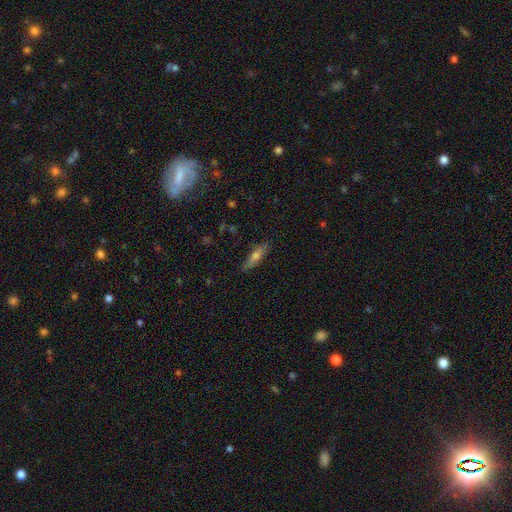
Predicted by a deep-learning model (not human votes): Smooth or featured?
  - smooth: 57% *
  - featured or disk: 35%
  - star or artifact: 8%
How rounded?
  - cigar-shaped: 67% *
  - in between: 31%
  - round: 3%
Merging?
  - none: 85% *
  - minor disturbance: 12%
  - major disturbance: 2%
  - merger: 1%